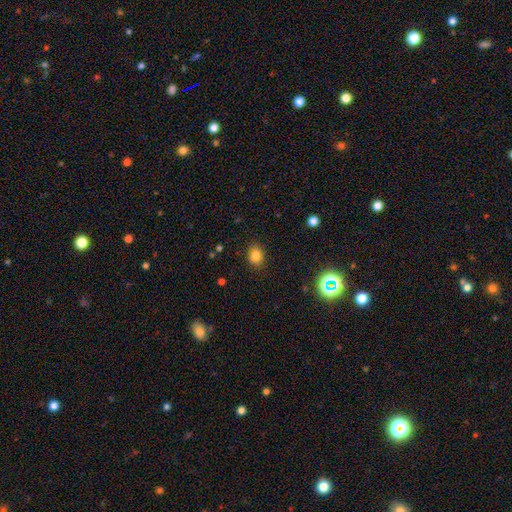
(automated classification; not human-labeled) smooth 82%, star or artifact 13%, featured or disk 6%. Down the decision tree: how rounded — round (52%); merging — none (87%).